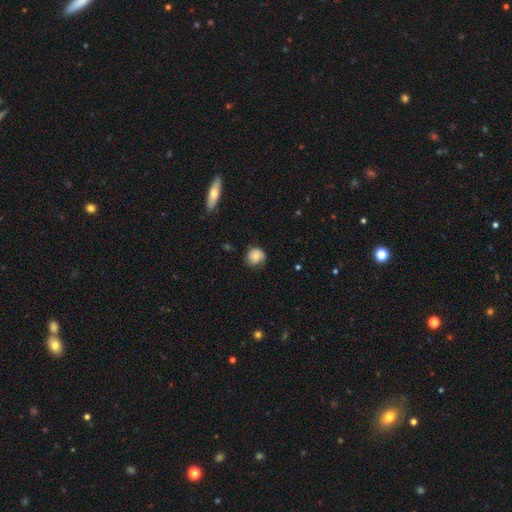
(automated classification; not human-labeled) Morphology: type=smooth (67%); roundness=round (82%); merging=none (64%).